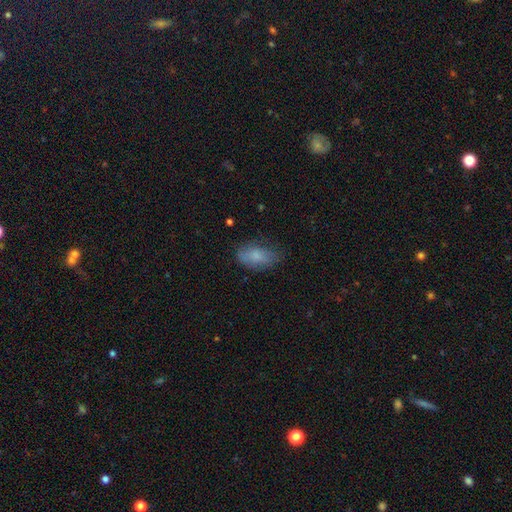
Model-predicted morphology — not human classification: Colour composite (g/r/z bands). It shows a smooth galaxy with no disk features (79%) that is in between round and cigar-shaped (90%). Merging: none (67%).